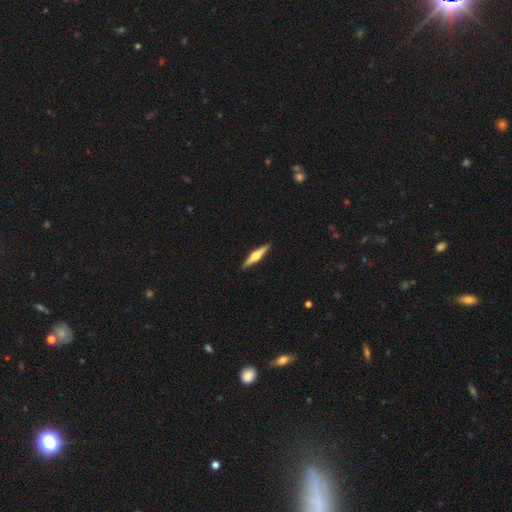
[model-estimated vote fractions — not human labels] Morphology: type=featured or disk (69%); edge-on=yes (98%); edge-on bulge=rounded (94%); merging=none (92%).